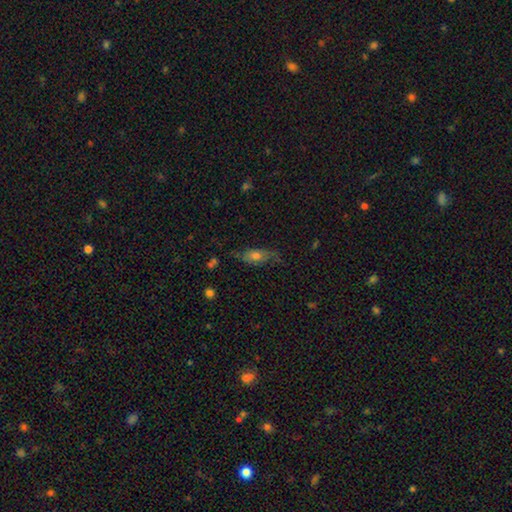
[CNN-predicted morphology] Smooth or featured: smooth — 58% (featured or disk — 31%)
How rounded: in between — 72% (cigar-shaped — 22%)
Merging: none — 58% (minor disturbance — 28%)